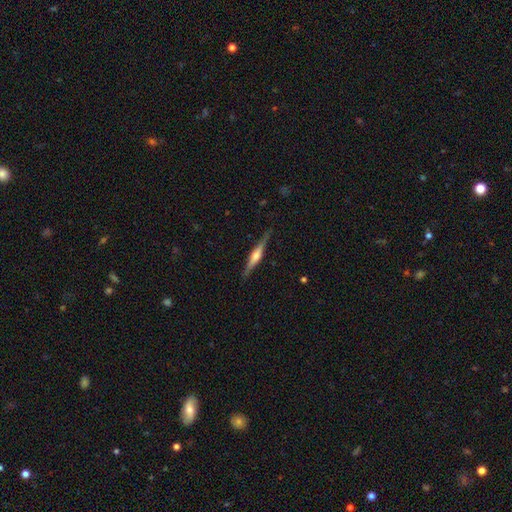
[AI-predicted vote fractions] Smooth or featured? featured or disk (71%)
Edge-on disk? yes (98%)
Edge-on bulge? rounded (79%)
Merging? none (87%)